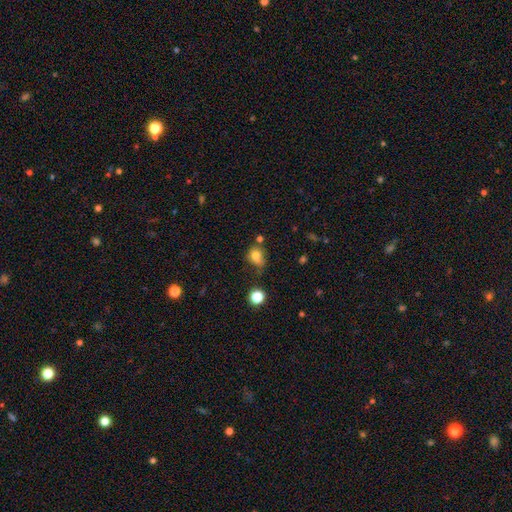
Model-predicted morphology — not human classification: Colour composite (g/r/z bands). It shows a smooth galaxy with no disk features (76%) that is round (60%). Merging: none (46%).